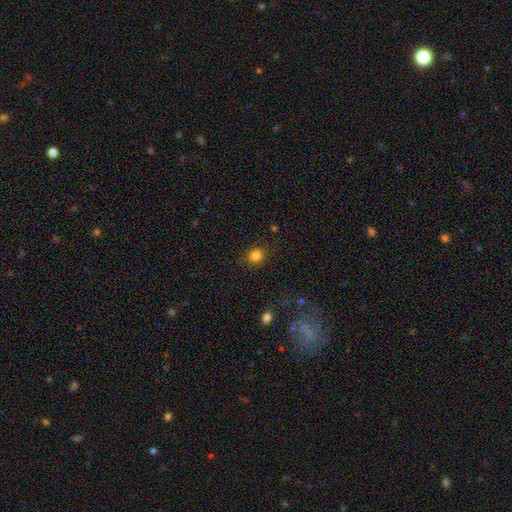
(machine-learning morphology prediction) Smooth or featured: smooth — 83% (star or artifact — 12%)
How rounded: round — 67% (in between — 32%)
Merging: none — 86% (minor disturbance — 10%)